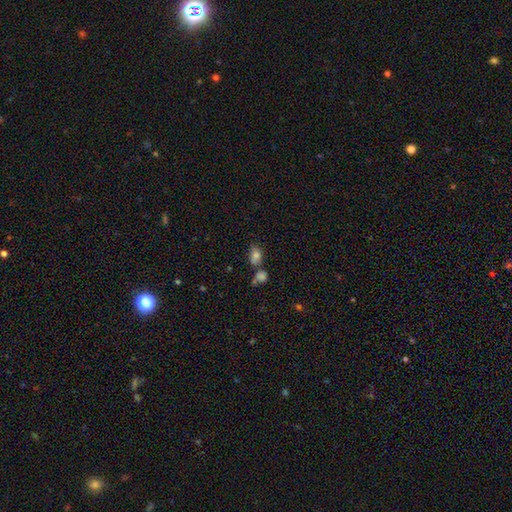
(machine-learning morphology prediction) Smooth or featured? smooth (74%)
How rounded? in between (78%)
Merging? none (43%)